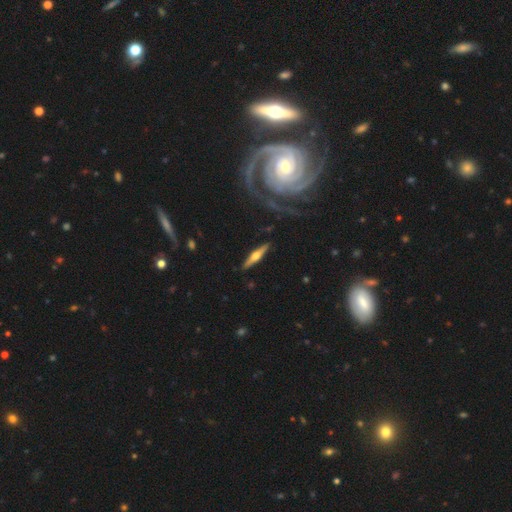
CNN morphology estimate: This is likely a featured or disk galaxy (63%). It is clearly viewed edge-on (94%). Edge-on bulge: clearly rounded (93%). Merging: clearly none (89%).